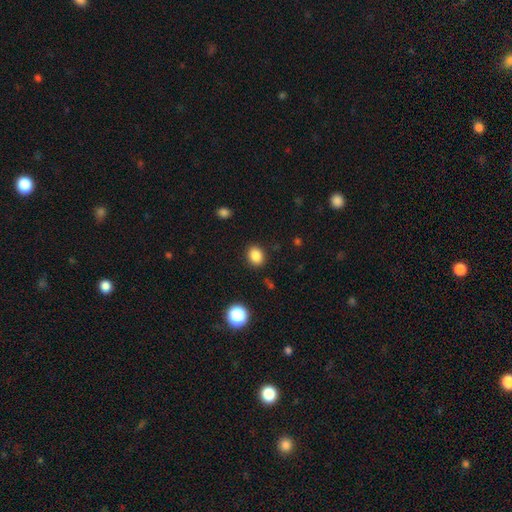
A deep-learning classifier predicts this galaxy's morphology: A smooth galaxy with no disk features (85%) that is round (50%).

Vote fractions:
- Smooth or featured? smooth: 85% / star or artifact: 11% / featured or disk: 4%
- How rounded? round: 50% / in between: 49% / cigar-shaped: 1%
- Merging? none: 88% / minor disturbance: 8% / major disturbance: 3% / merger: 1%